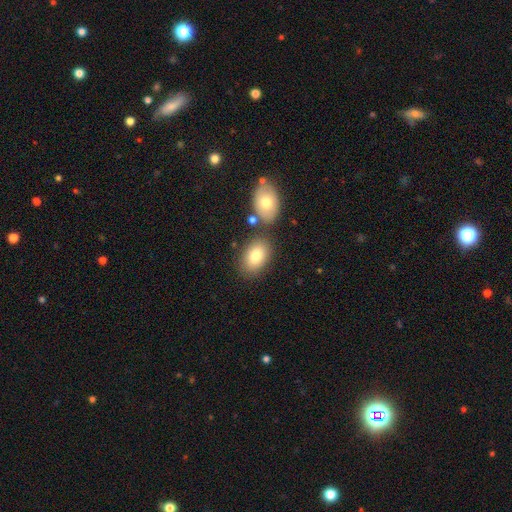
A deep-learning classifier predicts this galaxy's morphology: Smooth or featured?
  - smooth: 81% *
  - featured or disk: 12%
  - star or artifact: 8%
How rounded?
  - in between: 88% *
  - round: 11%
  - cigar-shaped: 1%
Merging?
  - none: 70% *
  - merger: 14%
  - minor disturbance: 13%
  - major disturbance: 3%